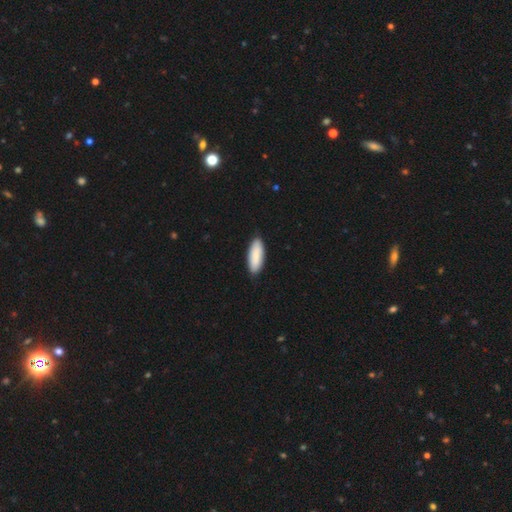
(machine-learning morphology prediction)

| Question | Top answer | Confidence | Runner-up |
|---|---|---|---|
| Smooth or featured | smooth | 87% | featured or disk (8%) |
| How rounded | in between | 73% | cigar-shaped (26%) |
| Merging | none | 87% | minor disturbance (10%) |